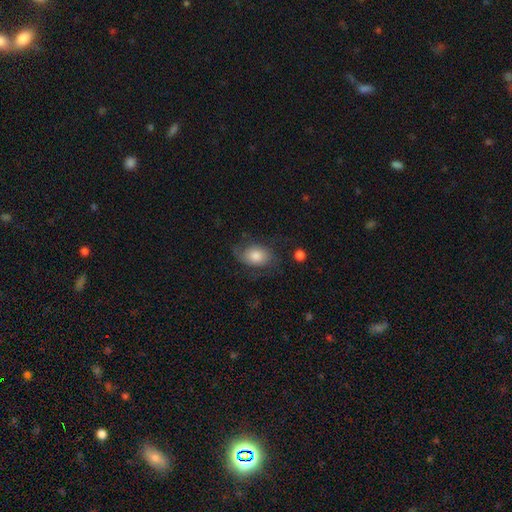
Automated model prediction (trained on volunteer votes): Smooth or featured? smooth (57%)
How rounded? in between (79%)
Merging? none (57%)